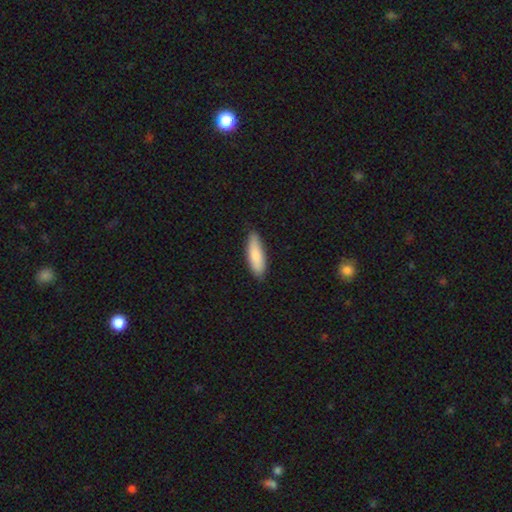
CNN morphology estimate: Smooth or featured: smooth — 85% (featured or disk — 10%)
How rounded: cigar-shaped — 50% (in between — 49%)
Merging: none — 84% (minor disturbance — 13%)